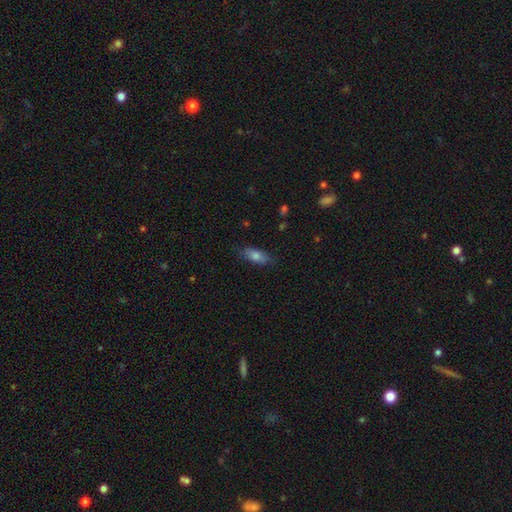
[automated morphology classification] smooth 77%, featured or disk 15%, star or artifact 8%. Down the decision tree: how rounded — in between (76%); merging — none (80%).